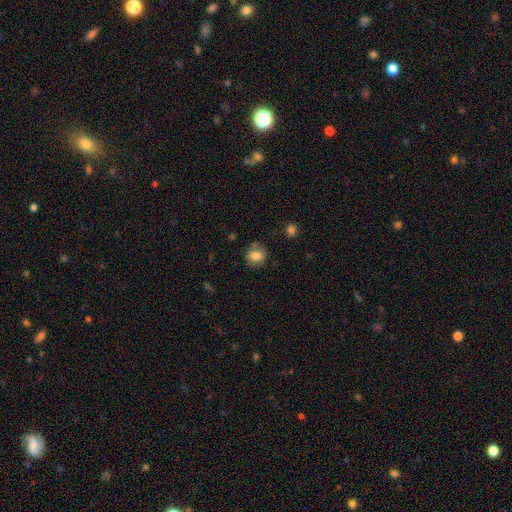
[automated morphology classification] This appears to be a smooth galaxy with no disk features (78%) that is round (73%). Merging: none (74%).